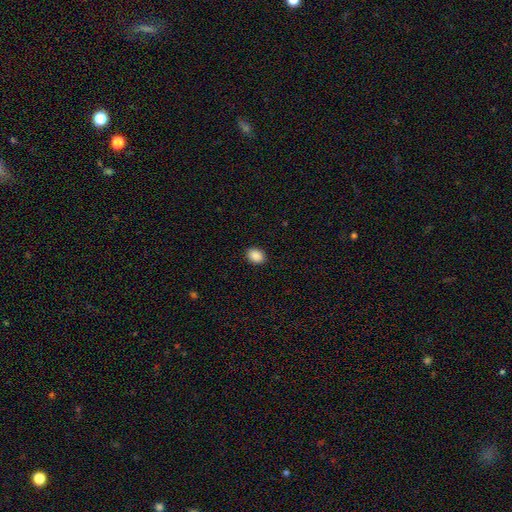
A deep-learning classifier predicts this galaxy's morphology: type=smooth (89%); roundness=in between (57%); merging=none (91%).